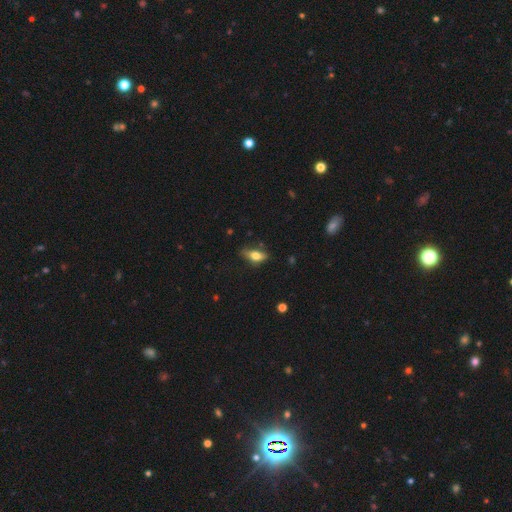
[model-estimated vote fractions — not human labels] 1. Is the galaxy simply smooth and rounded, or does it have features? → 67% smooth, 25% featured or disk, 8% star or artifact.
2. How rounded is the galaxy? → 79% in between, 16% cigar-shaped, 5% round.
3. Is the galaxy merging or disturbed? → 61% none, 28% minor disturbance, 8% major disturbance, 3% merger.